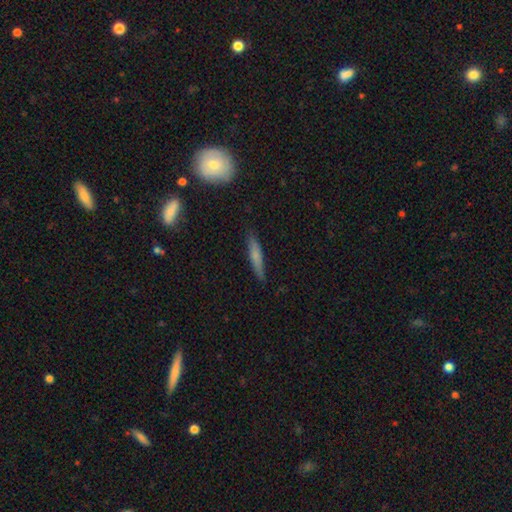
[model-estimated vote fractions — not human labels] This is likely a smooth galaxy (66%). How rounded: clearly cigar-shaped (90%). Merging: clearly none (85%).